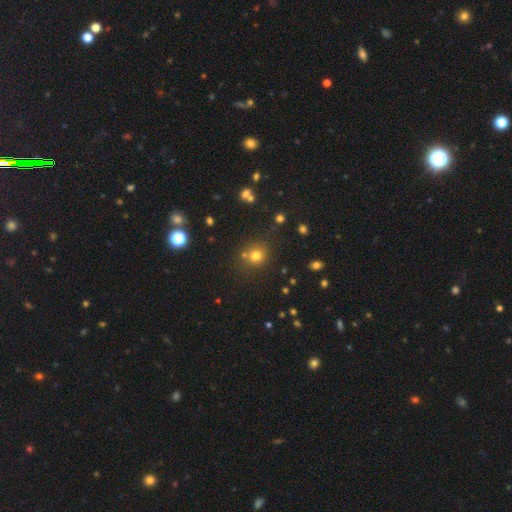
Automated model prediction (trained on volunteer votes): Smooth or featured? smooth (74%)
How rounded? round (87%)
Merging? none (74%)